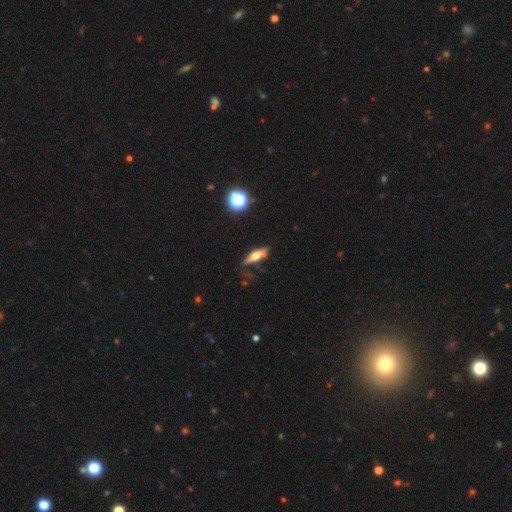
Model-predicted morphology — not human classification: smooth-or-featured: featured or disk: 47% | smooth: 44% | star or artifact: 8%
  merging: none: 64% | minor disturbance: 23% | major disturbance: 9% | merger: 3%